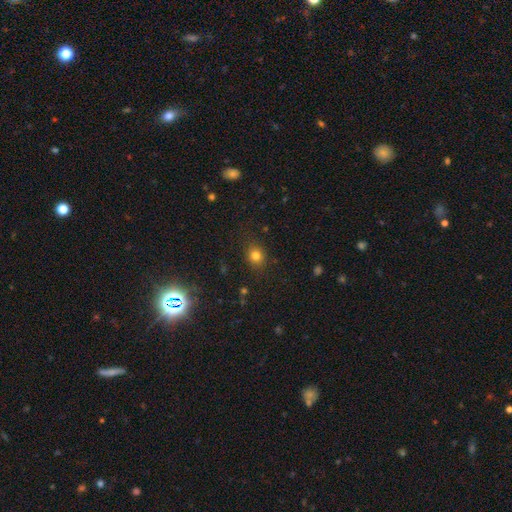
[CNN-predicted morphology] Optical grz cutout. It shows a smooth galaxy with no disk features (78%) that is round (69%). Merging: none (85%).